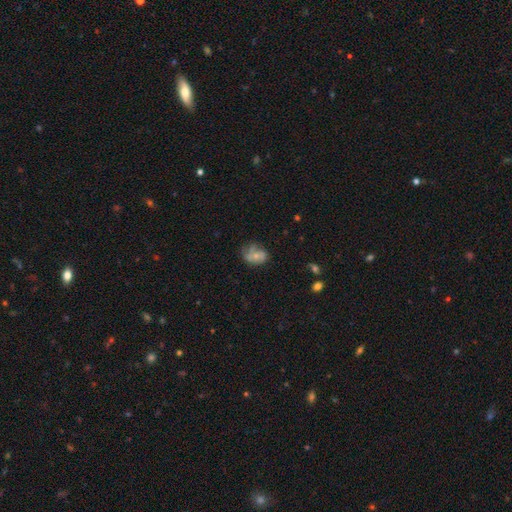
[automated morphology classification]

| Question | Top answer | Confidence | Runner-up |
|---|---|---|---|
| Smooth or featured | smooth | 49% | featured or disk (40%) |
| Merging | none | 38% | minor disturbance (29%) |